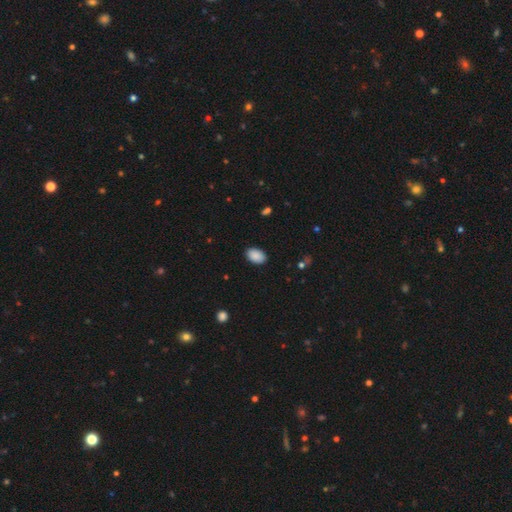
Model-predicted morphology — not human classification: Smooth or featured?
  - smooth: 90% *
  - star or artifact: 7%
  - featured or disk: 3%
How rounded?
  - in between: 90% *
  - round: 9%
  - cigar-shaped: 1%
Merging?
  - none: 89% *
  - minor disturbance: 8%
  - major disturbance: 2%
  - merger: 1%